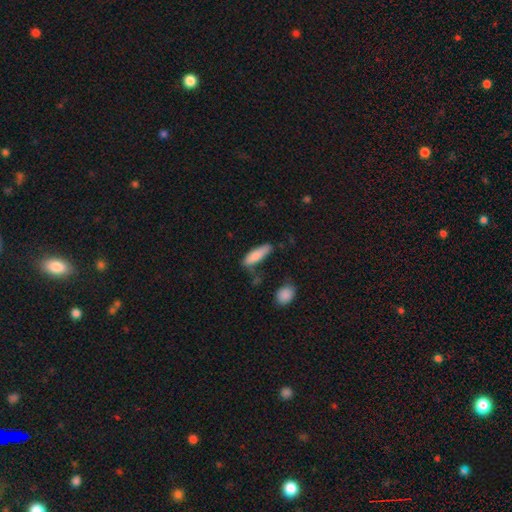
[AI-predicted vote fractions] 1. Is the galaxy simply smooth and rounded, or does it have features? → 82% smooth, 12% featured or disk, 6% star or artifact.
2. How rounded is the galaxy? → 55% cigar-shaped, 43% in between, 2% round.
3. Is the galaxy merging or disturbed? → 68% none, 21% minor disturbance, 6% merger, 5% major disturbance.